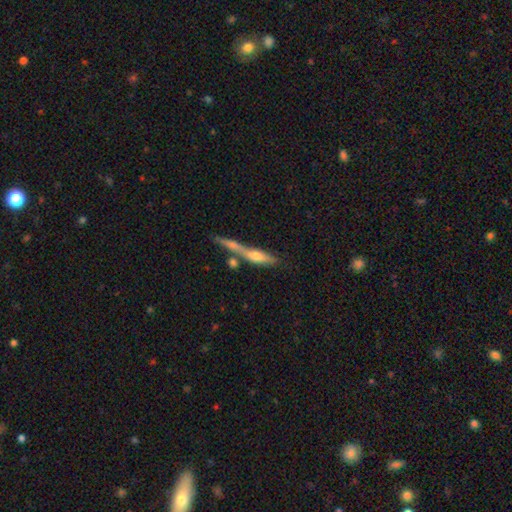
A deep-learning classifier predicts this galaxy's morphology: Q: Smooth or featured?
A: featured or disk (47%); runner-up: smooth (44%)
Q: Merging?
A: none (44%); runner-up: merger (38%)